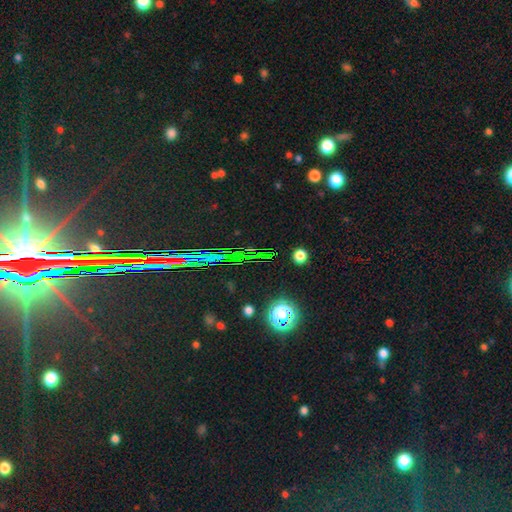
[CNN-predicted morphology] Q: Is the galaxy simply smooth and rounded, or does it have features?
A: star or artifact — 72%.